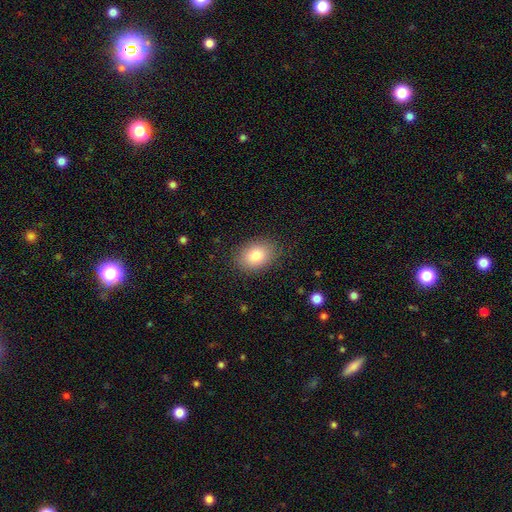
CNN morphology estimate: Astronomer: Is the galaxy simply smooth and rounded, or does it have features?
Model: smooth — 83%.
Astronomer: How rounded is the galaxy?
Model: in between — 77%.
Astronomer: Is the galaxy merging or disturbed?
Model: none — 86%.